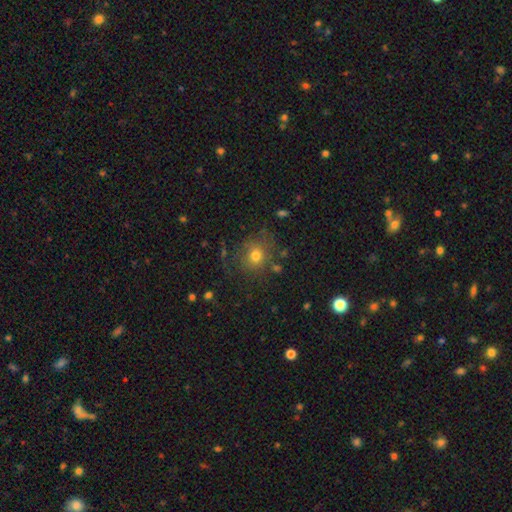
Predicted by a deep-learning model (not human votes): smooth 72%, star or artifact 15%, featured or disk 13%. Down the decision tree: how rounded — round (81%); merging — none (74%).